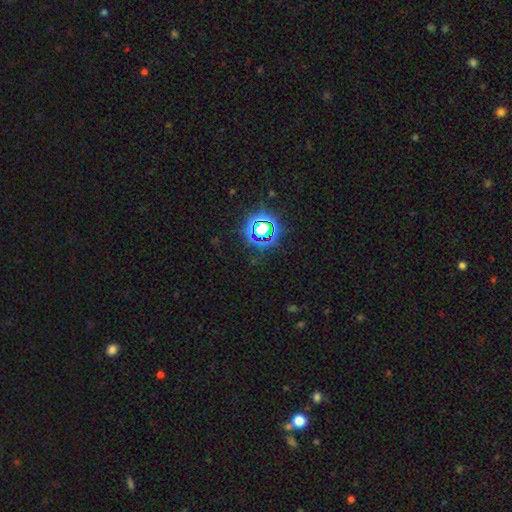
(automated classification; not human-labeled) Q: Smooth or featured?
A: star or artifact (76%); runner-up: smooth (15%)